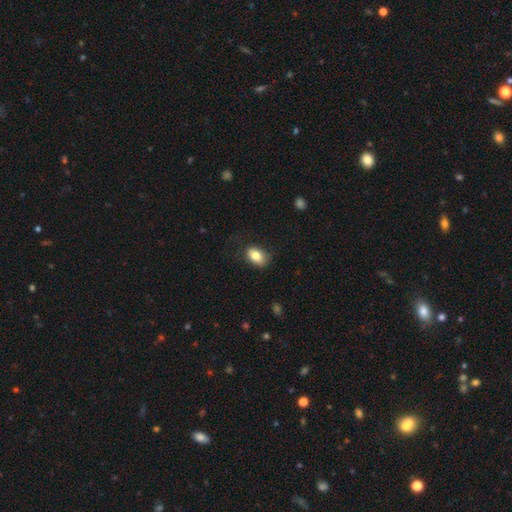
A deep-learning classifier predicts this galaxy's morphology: Smooth or featured? Predicted: smooth (p=0.81). How rounded? Predicted: in between (p=0.83). Merging? Predicted: none (p=0.75).